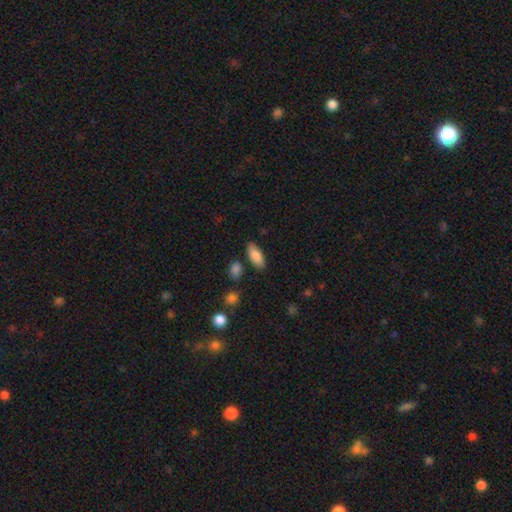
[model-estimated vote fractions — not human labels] Smooth or featured? Predicted: smooth (p=0.85). How rounded? Predicted: in between (p=0.83). Merging? Predicted: none (p=0.81).